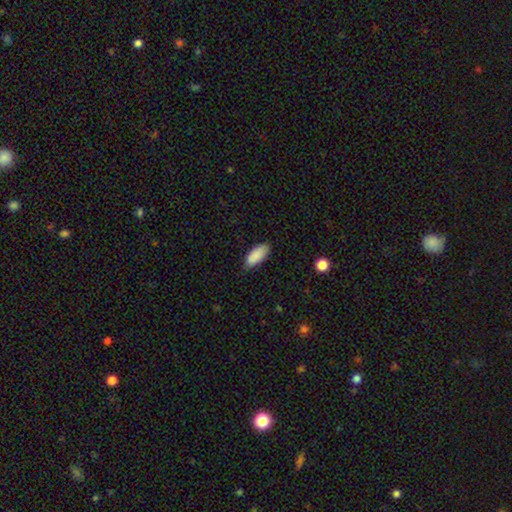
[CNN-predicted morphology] smooth_or_featured: smooth (p=0.89) [alt: star or artifact p=0.06]
how_rounded: in between (p=0.85) [alt: cigar-shaped p=0.13]
merging: none (p=0.77) [alt: minor disturbance p=0.20]